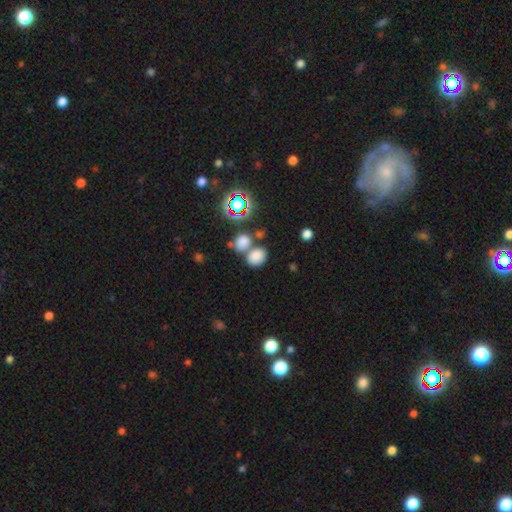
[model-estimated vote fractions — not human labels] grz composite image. It shows a smooth galaxy with no disk features (77%) that is round (52%). Merging: none (49%).